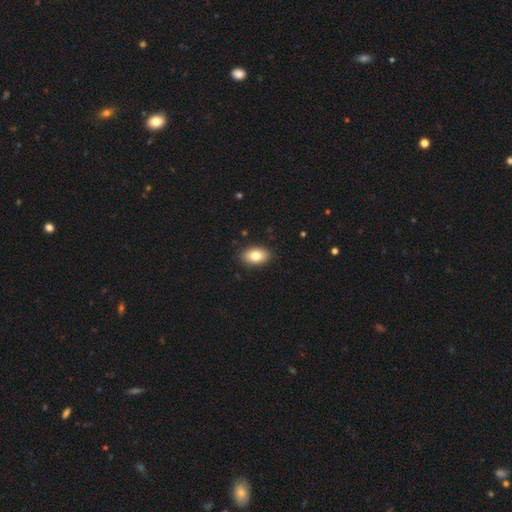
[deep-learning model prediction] Morphology: type=smooth (82%); roundness=in between (90%); merging=none (89%).